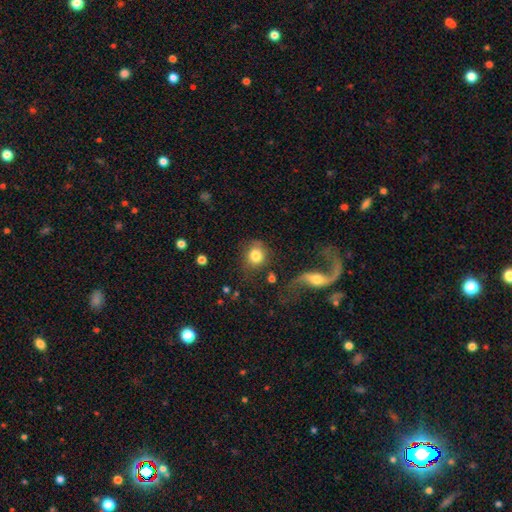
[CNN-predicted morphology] The model was most divided on "merging": none: 63%, minor disturbance: 17%, major disturbance: 11%, merger: 8%. More confident: smooth or featured — smooth (79%); how rounded — round (78%).